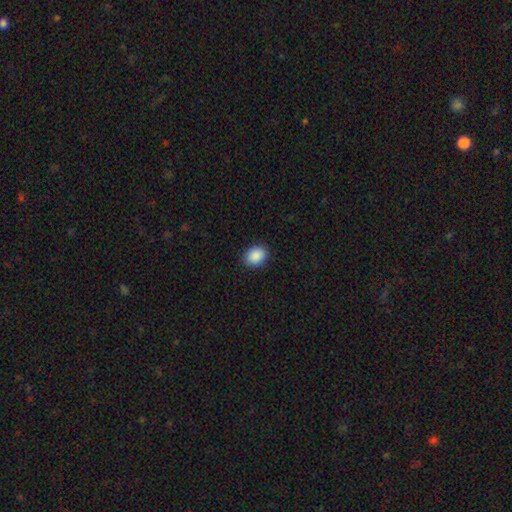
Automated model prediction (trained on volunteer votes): Q: Smooth or featured?
A: smooth (90%); runner-up: star or artifact (7%)
Q: How rounded?
A: in between (64%); runner-up: round (35%)
Q: Merging?
A: none (90%); runner-up: minor disturbance (7%)